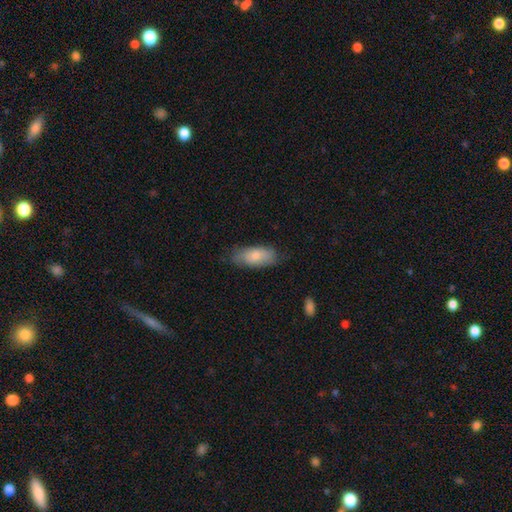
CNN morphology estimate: smooth_or_featured: smooth (p=0.77) [alt: featured or disk p=0.18]
how_rounded: in between (p=0.86) [alt: cigar-shaped p=0.12]
merging: none (p=0.72) [alt: minor disturbance p=0.22]